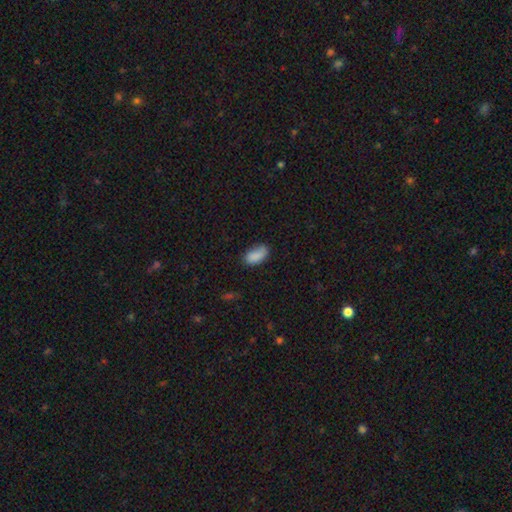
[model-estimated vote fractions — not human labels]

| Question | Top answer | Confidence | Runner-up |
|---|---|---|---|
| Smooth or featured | smooth | 87% | star or artifact (7%) |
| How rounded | in between | 93% | round (3%) |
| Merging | none | 70% | minor disturbance (24%) |